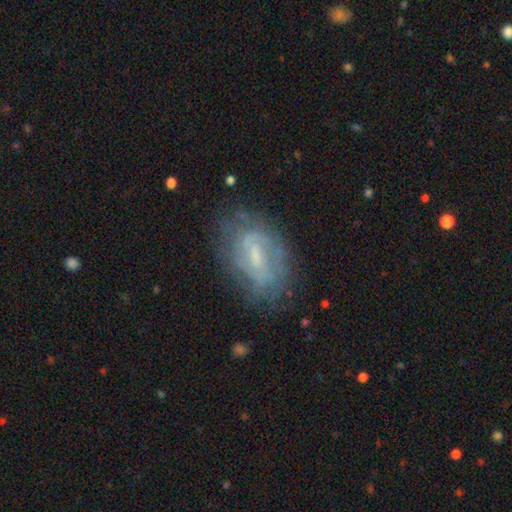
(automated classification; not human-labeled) Q: Smooth or featured?
A: featured or disk (68%); runner-up: smooth (23%)
Q: Edge-on disk?
A: no (94%); runner-up: yes (6%)
Q: Bar?
A: weak (53%); runner-up: no (25%)
Q: Spiral arms?
A: yes (68%); runner-up: no (32%)
Q: Bulge size?
A: small (48%); runner-up: moderate (30%)
Q: Merging?
A: none (67%); runner-up: minor disturbance (21%)